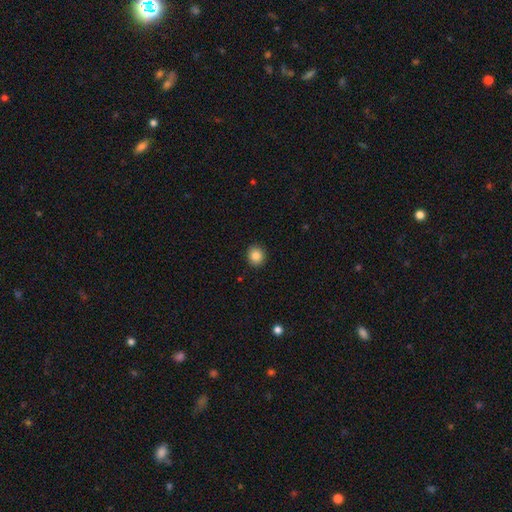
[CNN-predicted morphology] smooth 86%, star or artifact 10%, featured or disk 4%. Down the decision tree: how rounded — round (84%); merging — none (91%).